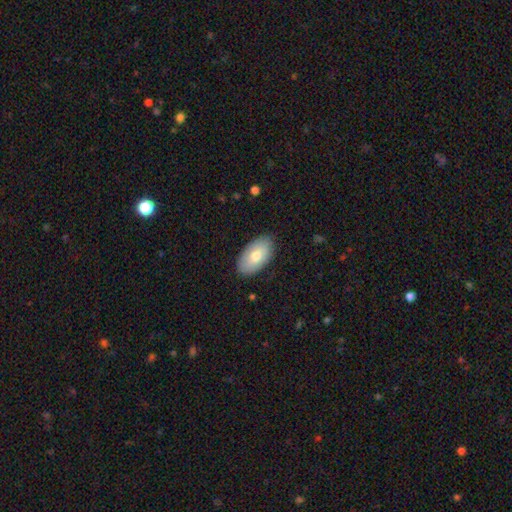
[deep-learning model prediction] The model was most divided on "smooth or featured": smooth: 74%, featured or disk: 20%, star or artifact: 6%. More confident: how rounded — in between (95%); merging — none (85%).